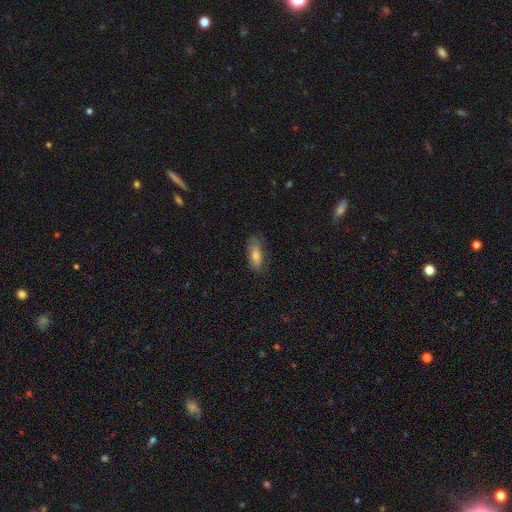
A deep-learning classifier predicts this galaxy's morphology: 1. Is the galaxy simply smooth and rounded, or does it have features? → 71% smooth, 21% featured or disk, 7% star or artifact.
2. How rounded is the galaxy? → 78% in between, 19% cigar-shaped, 3% round.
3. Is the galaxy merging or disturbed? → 76% none, 19% minor disturbance, 4% major disturbance, 1% merger.